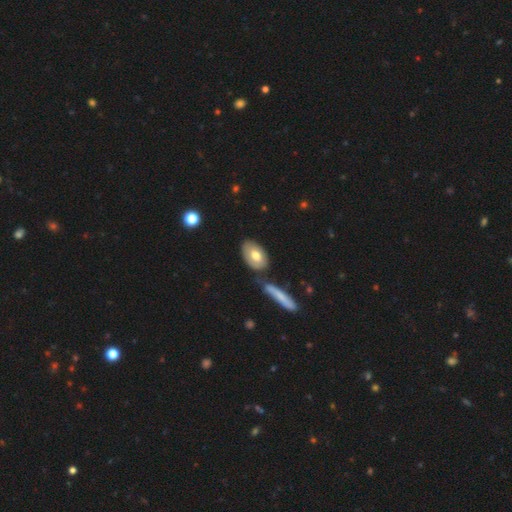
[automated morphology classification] smooth 65%, featured or disk 29%, star or artifact 6%. Down the decision tree: how rounded — in between (88%); merging — none (62%).